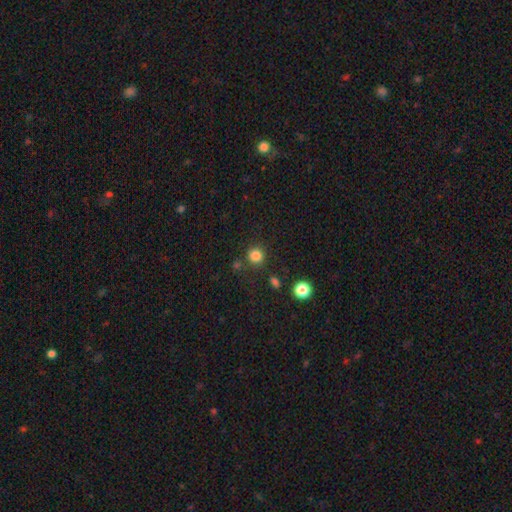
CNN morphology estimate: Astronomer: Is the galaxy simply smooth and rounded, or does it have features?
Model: smooth — 84%.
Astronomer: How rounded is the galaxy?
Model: round — 89%.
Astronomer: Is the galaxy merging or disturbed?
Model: none — 82%.